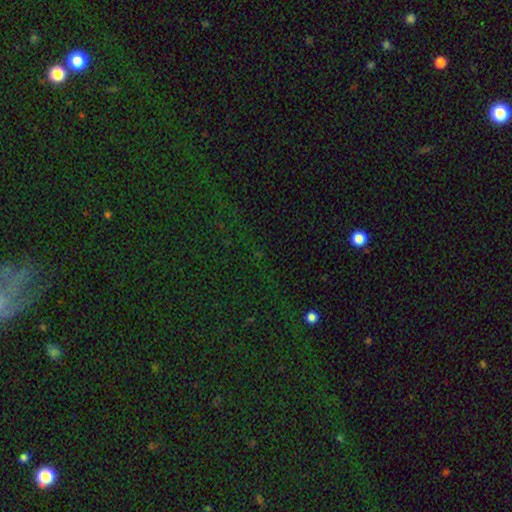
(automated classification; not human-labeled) Morphology: type=star or artifact (78%).